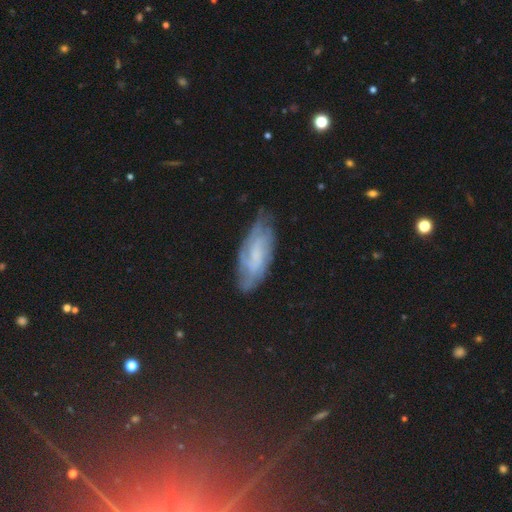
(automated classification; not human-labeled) This is possibly a featured or disk galaxy (57%). It is clearly not viewed edge-on (85%). Merging: likely none (66%).